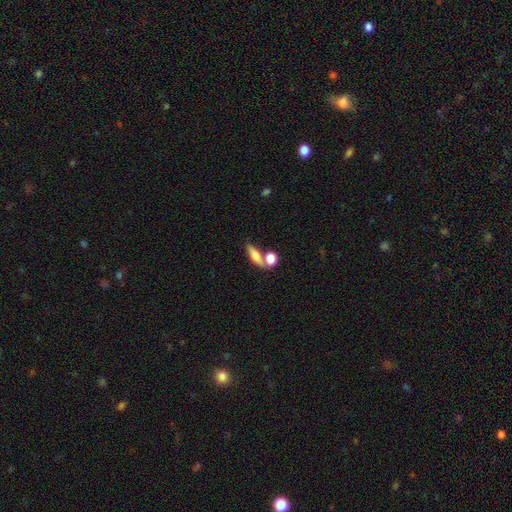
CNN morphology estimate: Smooth or featured? Predicted: smooth (p=0.69). How rounded? Predicted: in between (p=0.59). Merging? Predicted: none (p=0.48).